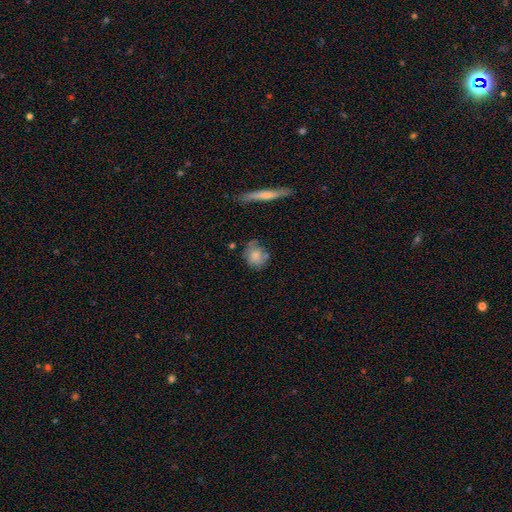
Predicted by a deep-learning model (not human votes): This is likely a smooth galaxy (73%). How rounded: likely round (65%). Merging: likely none (62%).